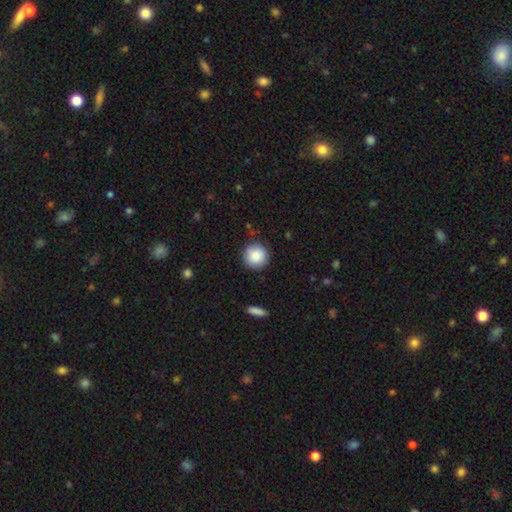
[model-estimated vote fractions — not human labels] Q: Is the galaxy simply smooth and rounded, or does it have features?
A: smooth — 87%.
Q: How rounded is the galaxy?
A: round — 95%.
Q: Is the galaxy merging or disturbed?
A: none — 89%.